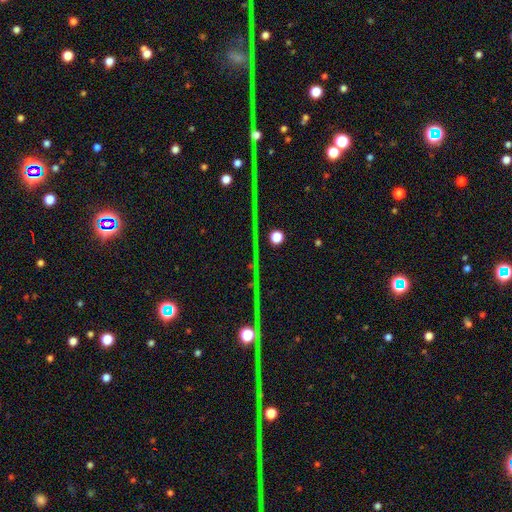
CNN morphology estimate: This appears to be a star or artifact, not a galaxy (77%).